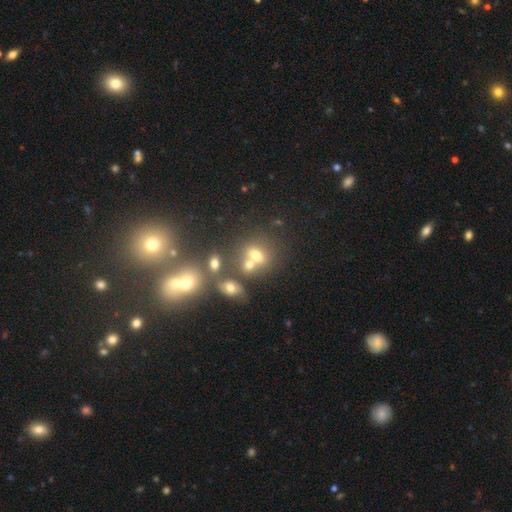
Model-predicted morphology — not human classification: A smooth galaxy with no disk features (62%) that is in between round and cigar-shaped (50%). Merging: merger (43%).